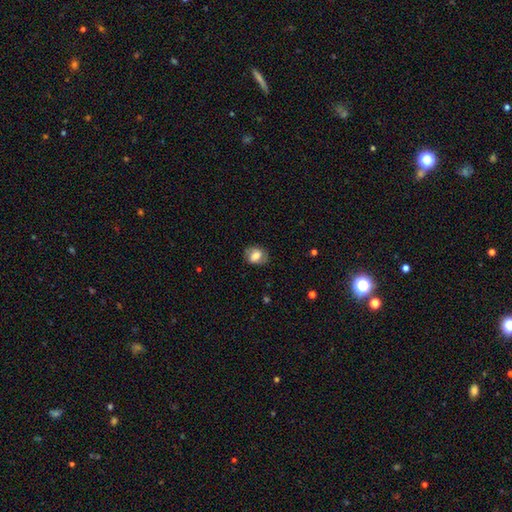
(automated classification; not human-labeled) This appears to be a smooth galaxy with no disk features (66%) that is in between round and cigar-shaped (60%). Merging: none (77%).